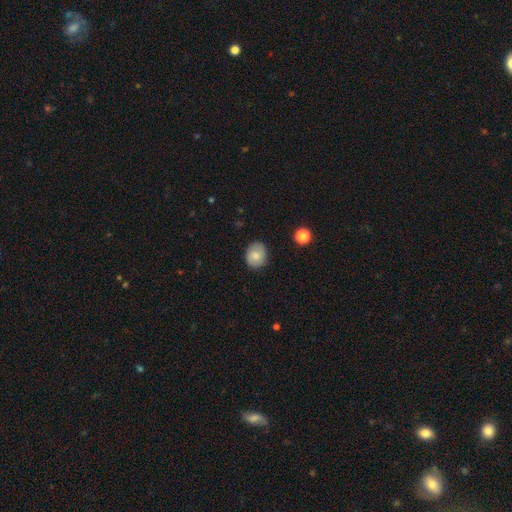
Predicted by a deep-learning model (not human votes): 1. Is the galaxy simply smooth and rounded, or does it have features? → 75% smooth, 17% featured or disk, 8% star or artifact.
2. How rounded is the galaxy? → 62% round, 37% in between, 1% cigar-shaped.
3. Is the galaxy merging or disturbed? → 85% none, 11% minor disturbance, 2% major disturbance, 1% merger.